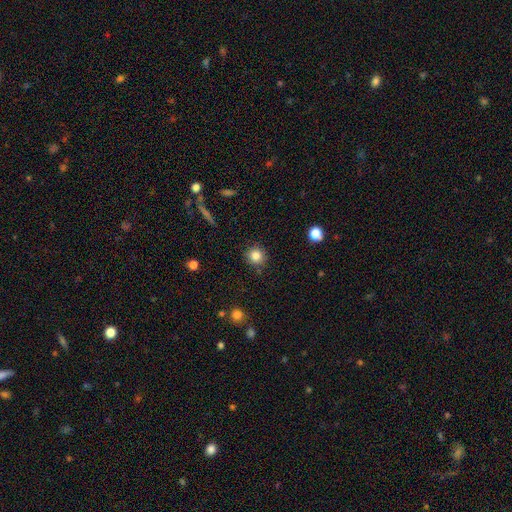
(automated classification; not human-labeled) Smooth or featured? Predicted: smooth (p=0.83). How rounded? Predicted: round (p=0.92). Merging? Predicted: none (p=0.88).